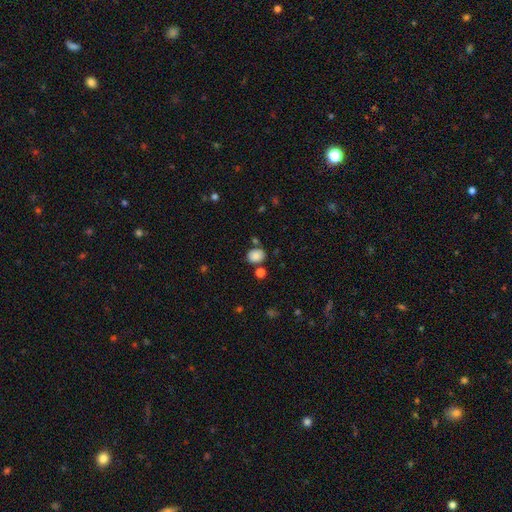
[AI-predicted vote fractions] Morphology: type=smooth (84%); roundness=round (53%); merging=none (70%).